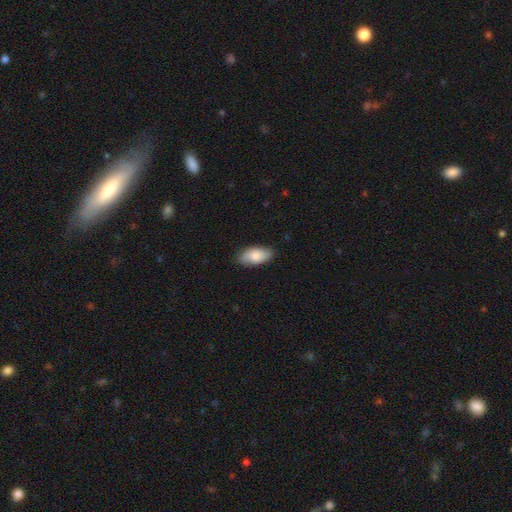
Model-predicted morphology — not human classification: smooth-or-featured: smooth: 79% | featured or disk: 15% | star or artifact: 6%
  how-rounded: in between: 93% | cigar-shaped: 4% | round: 3%
  merging: none: 84% | minor disturbance: 13% | major disturbance: 2% | merger: 1%